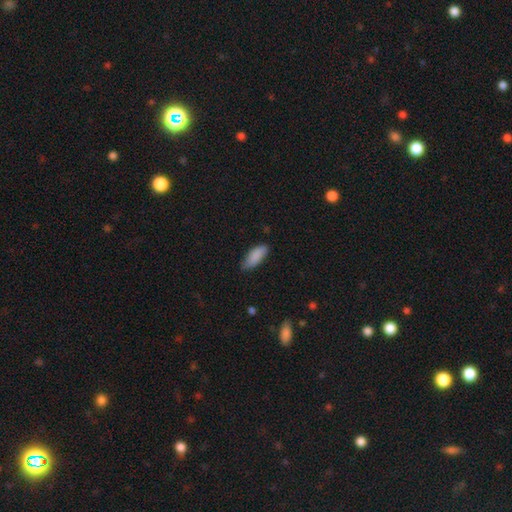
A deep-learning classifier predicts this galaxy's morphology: The model was most divided on "merging": none: 75%, minor disturbance: 21%, major disturbance: 3%, merger: 1%. More confident: smooth or featured — smooth (88%); how rounded — in between (80%).